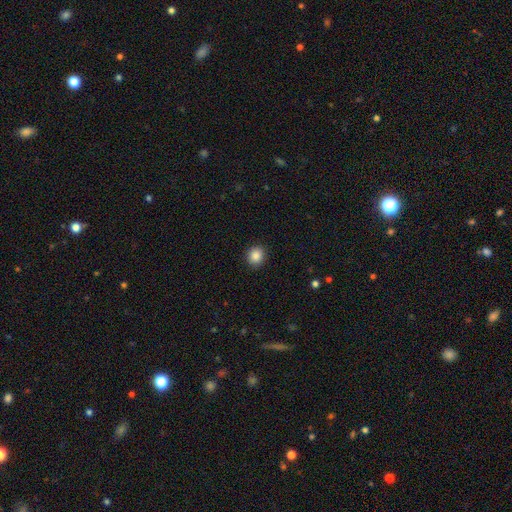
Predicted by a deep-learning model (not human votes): This appears to be a smooth galaxy with no disk features (87%) that is round (85%). Merging: none (92%).